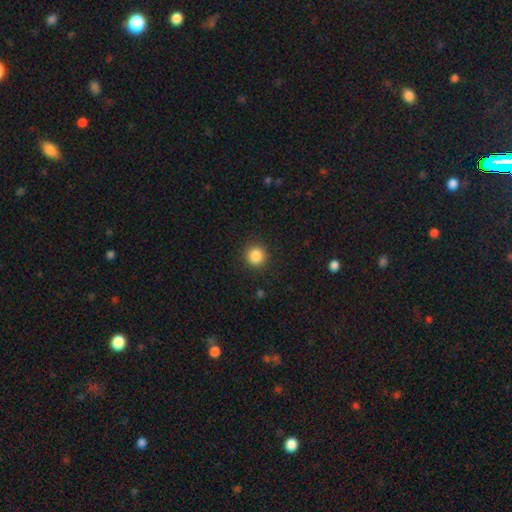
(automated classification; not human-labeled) A smooth galaxy with no disk features (86%) that is round (93%). Merging: none (90%).